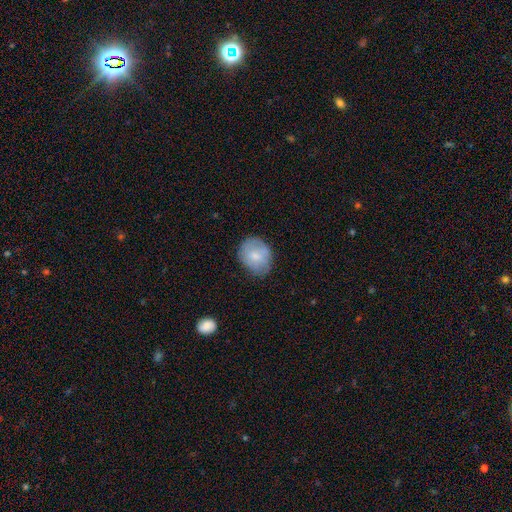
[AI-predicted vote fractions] Smooth or featured? Predicted: smooth (p=0.70). How rounded? Predicted: round (p=0.58). Merging? Predicted: none (p=0.70).